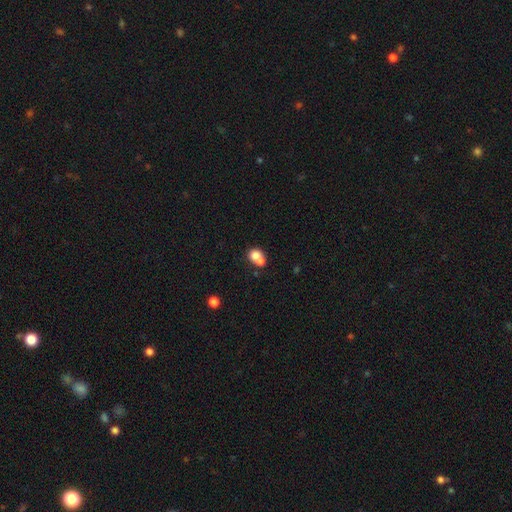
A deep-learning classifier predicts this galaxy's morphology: Overall: smooth (74%). How rounded: round (61%; in between 38%). Merging: merger (60%; none 28%).